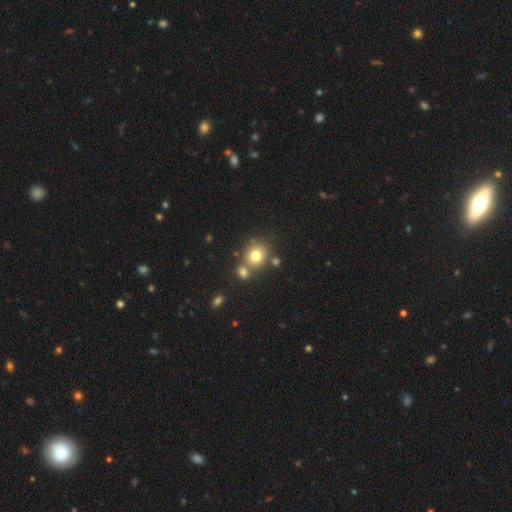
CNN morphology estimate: The model was most divided on "merging": none: 61%, merger: 27%, minor disturbance: 9%, major disturbance: 3%. More confident: how rounded — round (80%); smooth or featured — smooth (75%).